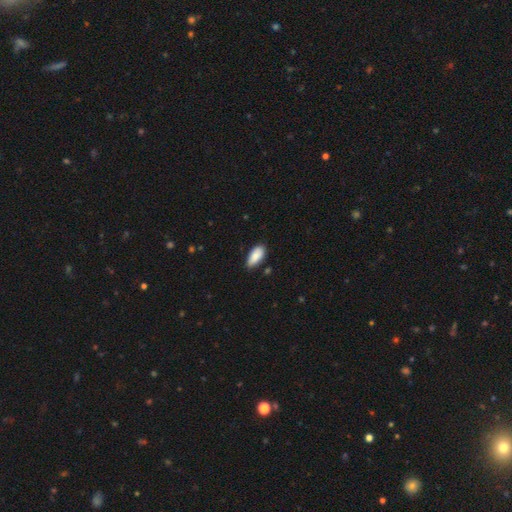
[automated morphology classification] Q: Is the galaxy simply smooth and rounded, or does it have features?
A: smooth — 87%.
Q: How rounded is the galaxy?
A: in between — 90%.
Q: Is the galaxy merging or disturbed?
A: none — 79%.